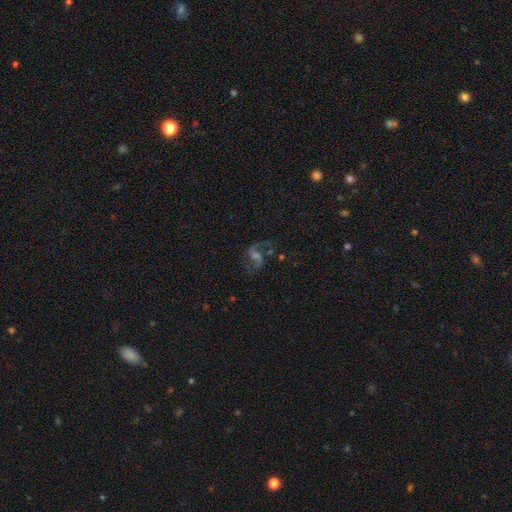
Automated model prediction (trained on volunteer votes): Smooth or featured? Predicted: featured or disk (p=0.76). Edge-on disk? Predicted: no (p=0.97). Bar? Predicted: weak (p=0.48). Spiral arms? Predicted: yes (p=0.94). Spiral winding? Predicted: loose (p=0.57). Spiral arm count? Predicted: 2 (p=0.90). Bulge size? Predicted: small (p=0.41). Merging? Predicted: none (p=0.69).